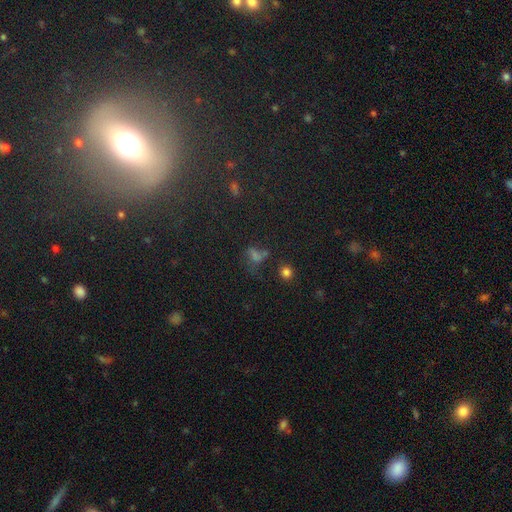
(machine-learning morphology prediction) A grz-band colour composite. It shows a smooth galaxy with no disk features (42%). Merging: none (45%).